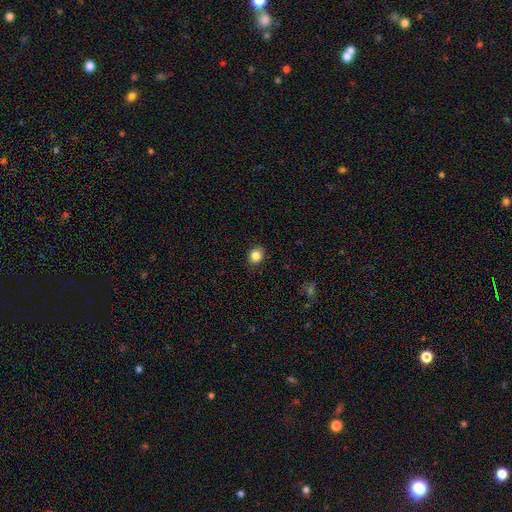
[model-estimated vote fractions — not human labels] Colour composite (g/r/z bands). It shows a smooth galaxy with no disk features (84%) that is round (73%). Merging: none (89%).